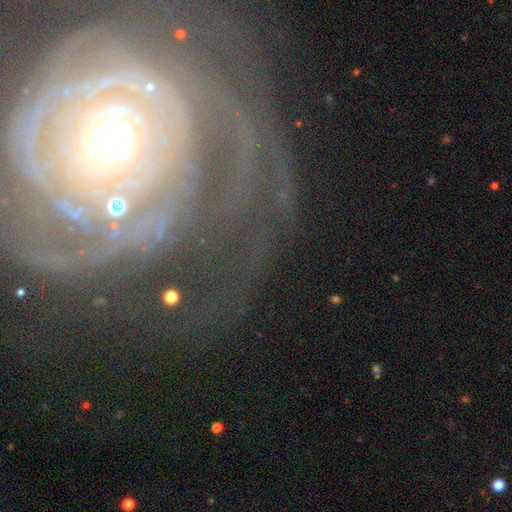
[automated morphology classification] This appears to be a featured or disk galaxy (83%) with no bar (75%), tight (73%) spiral arms (86%) and a moderate central bulge (55%). Merging: none (61%).